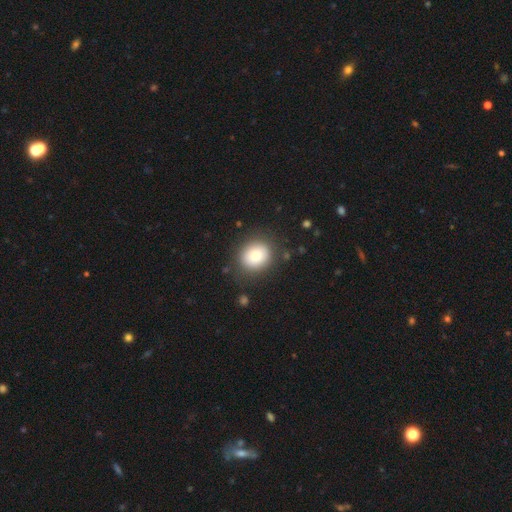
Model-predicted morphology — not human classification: smooth_or_featured: smooth (p=0.78) [alt: featured or disk p=0.12]
how_rounded: round (p=0.78) [alt: in between p=0.21]
merging: none (p=0.85) [alt: minor disturbance p=0.10]